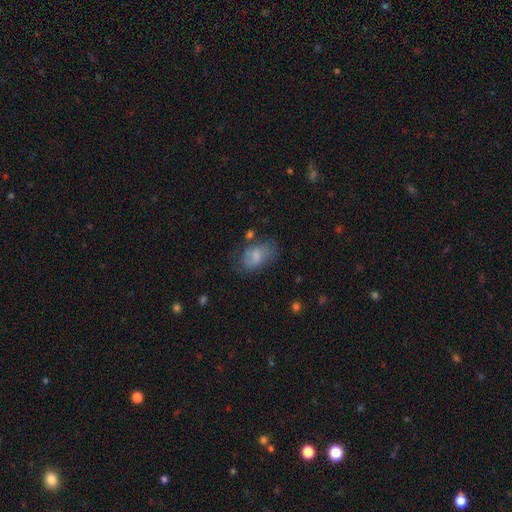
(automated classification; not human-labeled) A smooth galaxy with no disk features (67%) that is in between round and cigar-shaped (86%).

Vote fractions:
- Smooth or featured? smooth: 67% / featured or disk: 24% / star or artifact: 9%
- How rounded? in between: 86% / round: 13% / cigar-shaped: 2%
- Merging? none: 51% / minor disturbance: 27% / major disturbance: 16% / merger: 7%